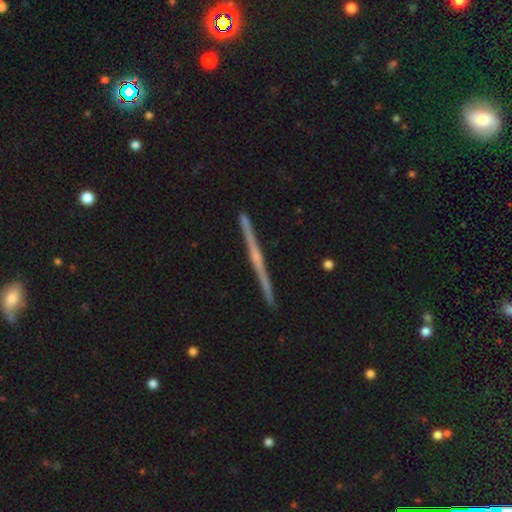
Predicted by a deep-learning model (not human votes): This appears to be a featured or disk galaxy (80%) viewed edge-on (99%) with a rounded central bulge (52%). Merging: none (93%).